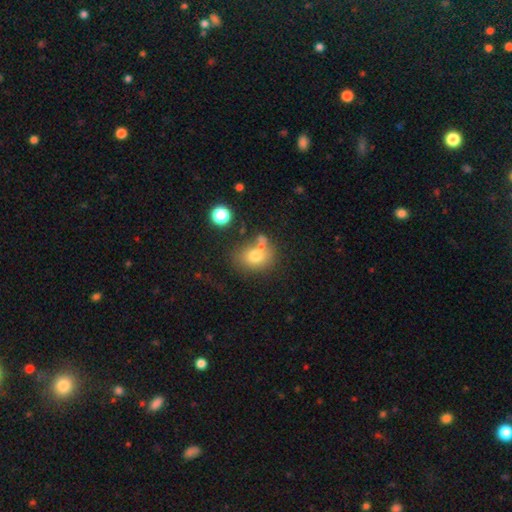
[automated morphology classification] smooth_or_featured: smooth (p=0.71) [alt: featured or disk p=0.17]
how_rounded: round (p=0.52) [alt: in between p=0.47]
merging: none (p=0.49) [alt: merger p=0.27]